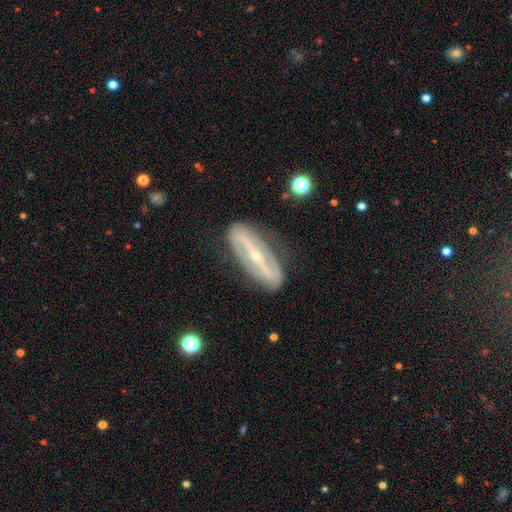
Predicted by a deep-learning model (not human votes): The model was most divided on "spiral arms": yes: 64%, no: 36%. More confident: smooth or featured — featured or disk (84%); merging — none (82%); bar — strong (76%); edge-on disk — no (75%); bulge size — small (71%).